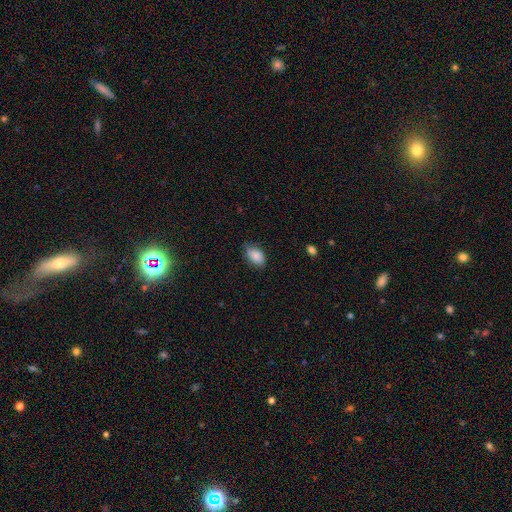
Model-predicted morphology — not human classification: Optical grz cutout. It shows a smooth galaxy with no disk features (86%) that is in between round and cigar-shaped (89%). Merging: none (67%).